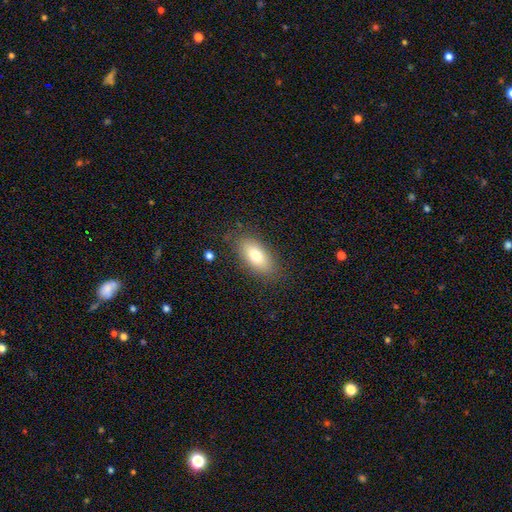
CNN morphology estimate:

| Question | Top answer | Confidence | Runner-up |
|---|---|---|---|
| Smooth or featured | smooth | 75% | featured or disk (17%) |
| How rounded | in between | 87% | cigar-shaped (8%) |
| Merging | none | 83% | minor disturbance (12%) |